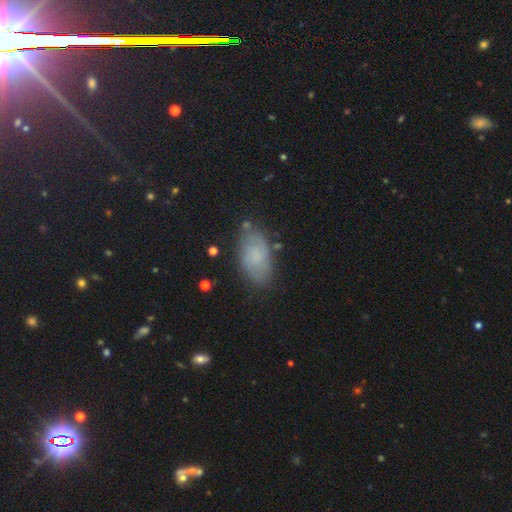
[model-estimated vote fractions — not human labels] Smooth or featured: smooth — 64% (featured or disk — 25%)
How rounded: in between — 92% (round — 4%)
Merging: none — 74% (minor disturbance — 18%)